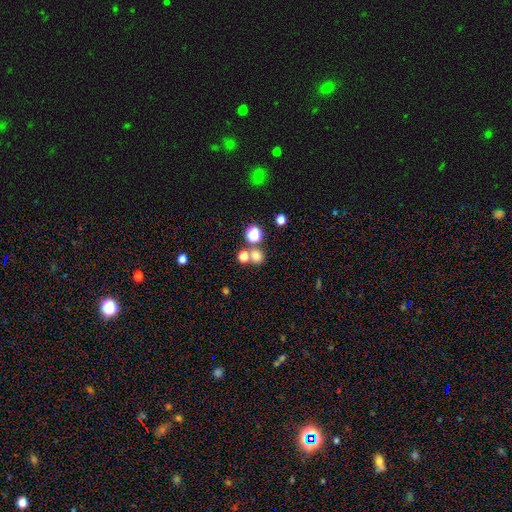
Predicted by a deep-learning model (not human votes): smooth-or-featured: smooth: 71% | star or artifact: 21% | featured or disk: 8%
  how-rounded: round: 78% | in between: 20% | cigar-shaped: 1%
  merging: none: 60% | merger: 29% | minor disturbance: 8% | major disturbance: 4%